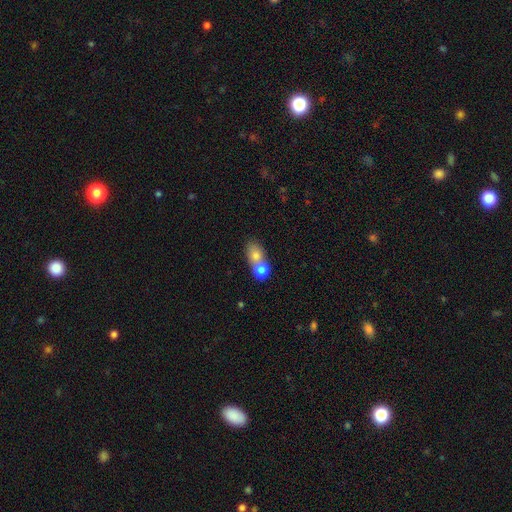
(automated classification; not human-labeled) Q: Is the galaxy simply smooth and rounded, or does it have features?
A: smooth — 75%.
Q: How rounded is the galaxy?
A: in between — 58%.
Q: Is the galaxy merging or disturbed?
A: merger — 64%.